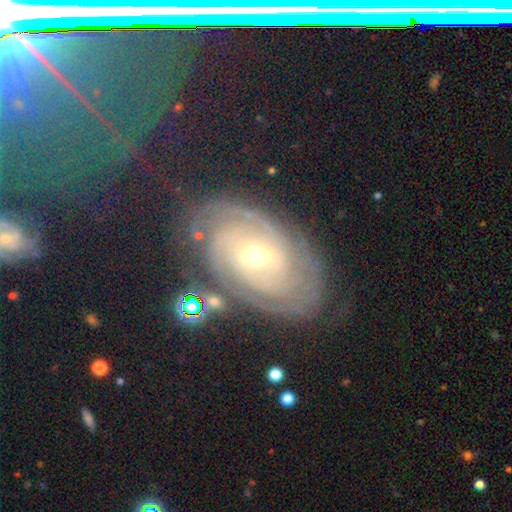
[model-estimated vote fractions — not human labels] The model was most divided on "bulge size": moderate: 55%, small: 40%, large: 3%, none: 1%, dominant: 1%. Remaining: edge-on disk — no (95%); spiral arms — yes (95%); smooth or featured — featured or disk (86%); spiral winding — tight (77%); merging — none (74%); bar — weak (53%); spiral arm count — can't tell (38%).